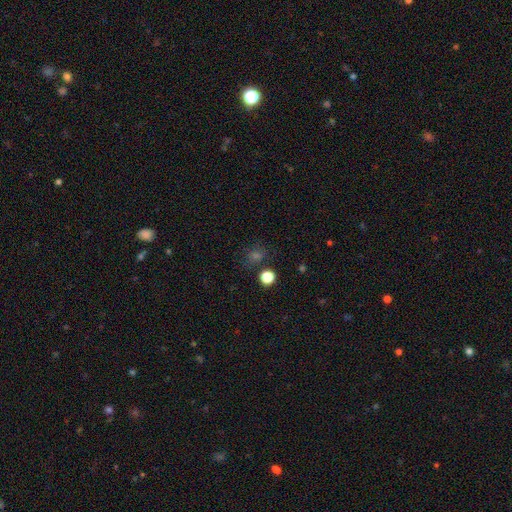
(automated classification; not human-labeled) The model was most divided on "smooth or featured": smooth: 52%, star or artifact: 38%, featured or disk: 9%. More confident: merging — none (78%); how rounded — round (68%).